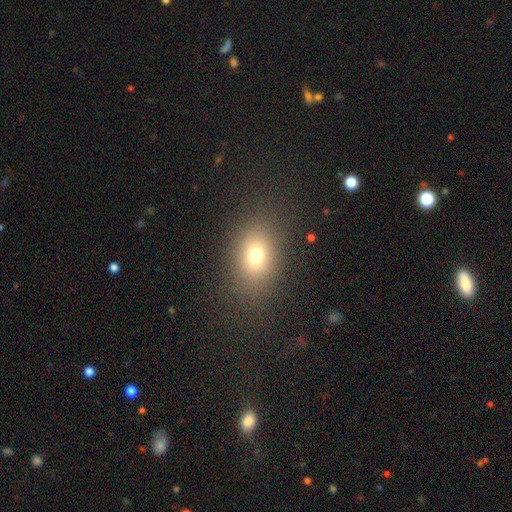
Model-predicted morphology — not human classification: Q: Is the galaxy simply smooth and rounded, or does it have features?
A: smooth — 71%.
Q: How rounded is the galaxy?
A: in between — 64%.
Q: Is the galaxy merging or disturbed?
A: none — 82%.